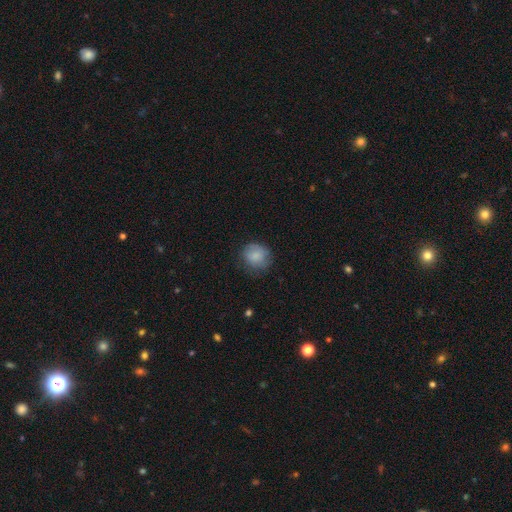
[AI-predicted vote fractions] Smooth or featured: smooth — 81% (featured or disk — 11%)
How rounded: round — 83% (in between — 17%)
Merging: none — 71% (minor disturbance — 21%)